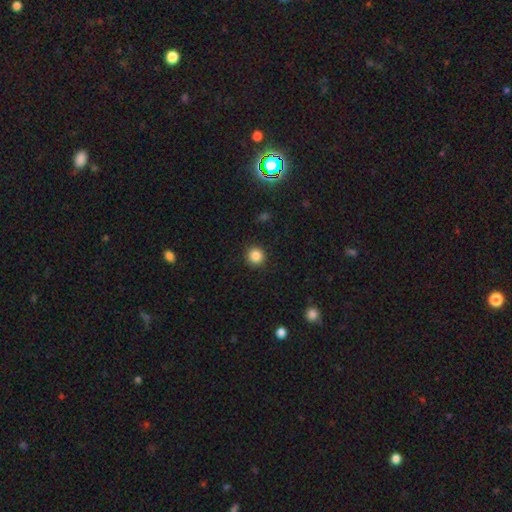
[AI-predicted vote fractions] Smooth or featured? smooth (85%)
How rounded? round (93%)
Merging? none (92%)